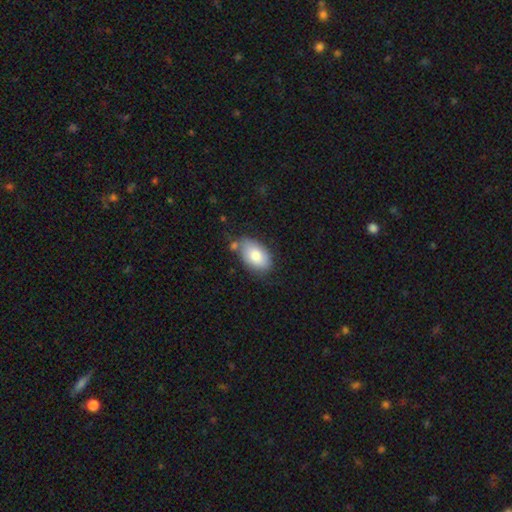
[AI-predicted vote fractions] Morphology: type=smooth (80%); roundness=in between (93%); merging=none (68%).